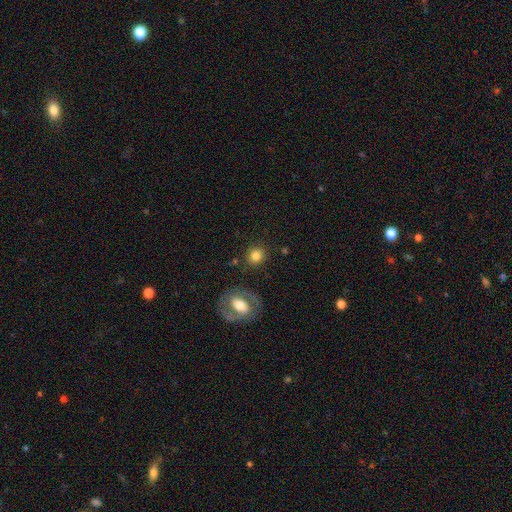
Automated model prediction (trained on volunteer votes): smooth-or-featured: smooth: 80% | featured or disk: 10% | star or artifact: 10%
  how-rounded: round: 82% | in between: 17% | cigar-shaped: 1%
  merging: none: 83% | minor disturbance: 9% | merger: 4% | major disturbance: 3%